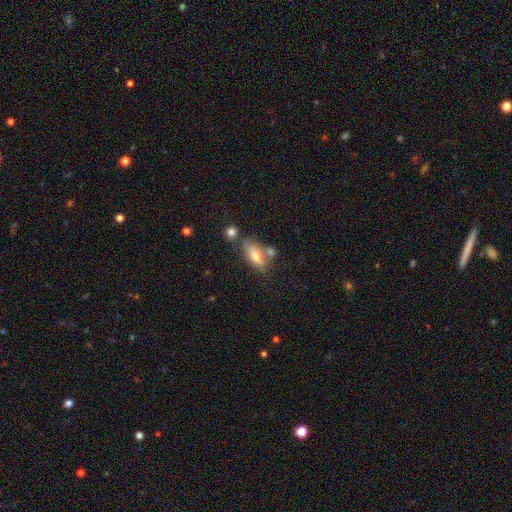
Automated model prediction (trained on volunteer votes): A smooth galaxy with no disk features (66%) that is in between round and cigar-shaped (75%). Merging: none (56%).